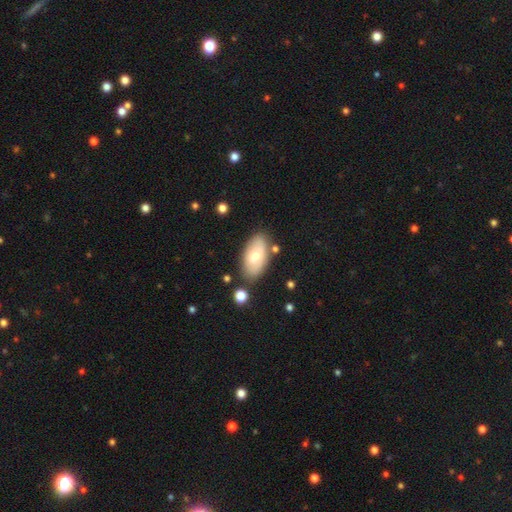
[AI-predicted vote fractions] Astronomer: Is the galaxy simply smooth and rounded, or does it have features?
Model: smooth — 63%.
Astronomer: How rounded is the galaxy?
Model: in between — 93%.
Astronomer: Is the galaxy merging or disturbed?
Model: none — 76%.